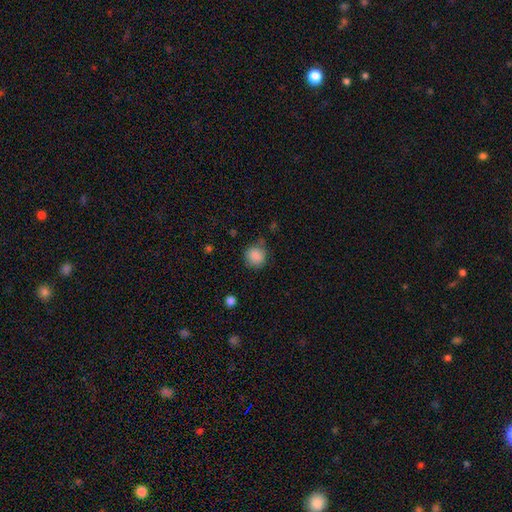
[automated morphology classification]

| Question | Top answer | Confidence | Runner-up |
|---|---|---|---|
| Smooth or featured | smooth | 87% | star or artifact (9%) |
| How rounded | round | 84% | in between (15%) |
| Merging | none | 73% | minor disturbance (19%) |